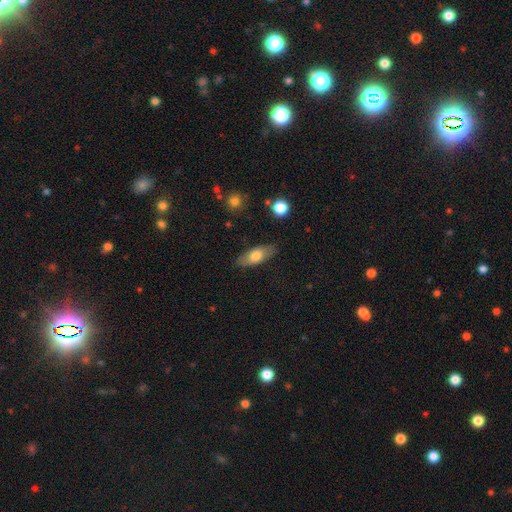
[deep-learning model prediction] Q: Smooth or featured?
A: smooth (67%); runner-up: featured or disk (27%)
Q: How rounded?
A: in between (76%); runner-up: cigar-shaped (21%)
Q: Merging?
A: none (81%); runner-up: minor disturbance (14%)